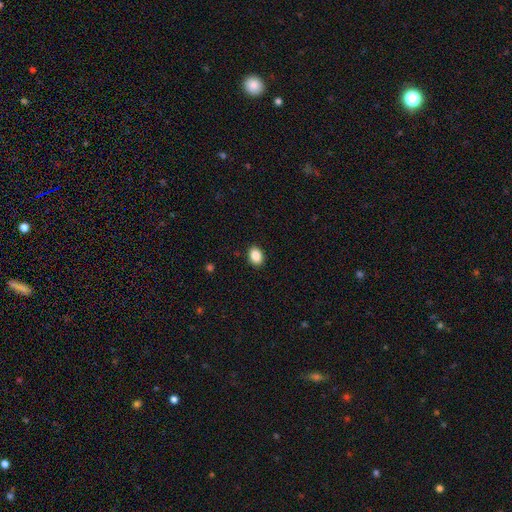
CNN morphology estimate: type=smooth (88%); roundness=in between (72%); merging=none (90%).